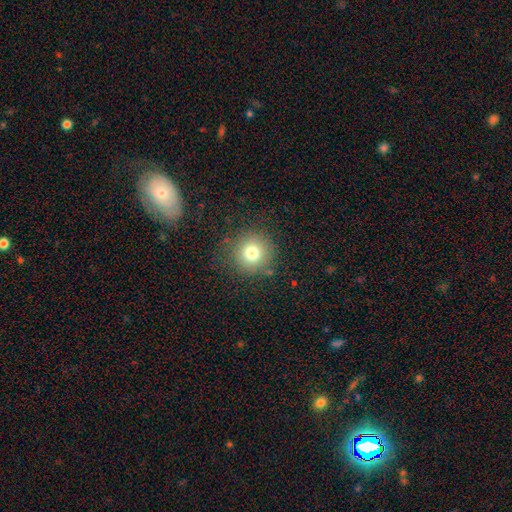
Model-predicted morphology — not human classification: A smooth galaxy with no disk features (66%) that is round (91%). Merging: none (87%).